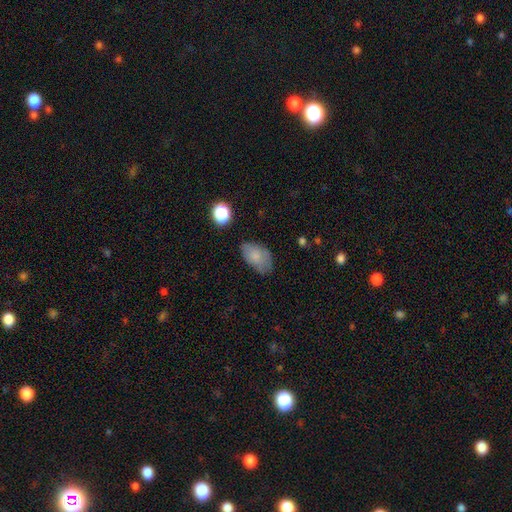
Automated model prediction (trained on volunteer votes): Smooth or featured: smooth — 78% (featured or disk — 13%)
How rounded: in between — 92% (round — 7%)
Merging: none — 66% (minor disturbance — 25%)